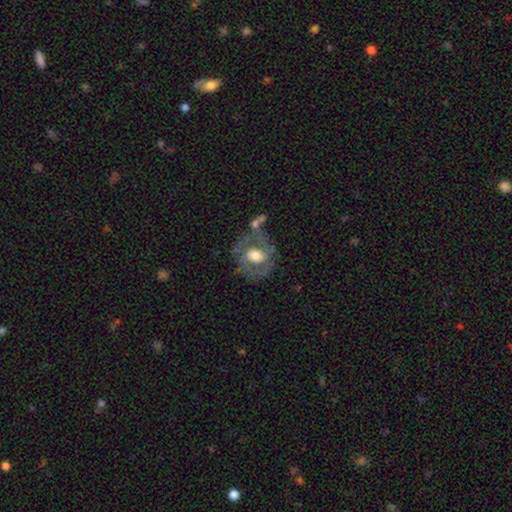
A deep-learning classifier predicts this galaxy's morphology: Smooth or featured? Predicted: featured or disk (p=0.69). Edge-on disk? Predicted: no (p=0.96). Bar? Predicted: no (p=0.54). Spiral arms? Predicted: yes (p=0.66). Bulge size? Predicted: moderate (p=0.58). Merging? Predicted: none (p=0.51).